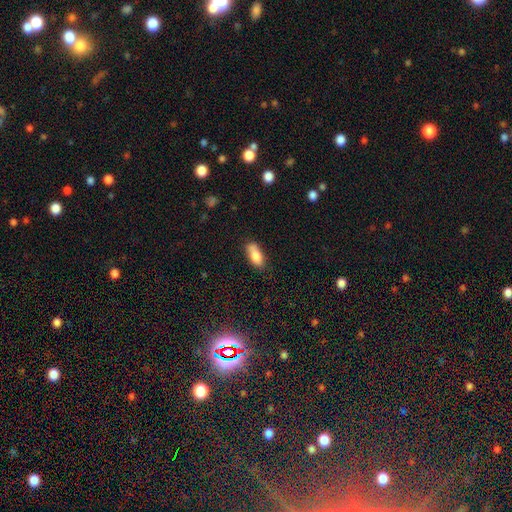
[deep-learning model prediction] Smooth or featured? smooth (80%)
How rounded? in between (85%)
Merging? none (55%)